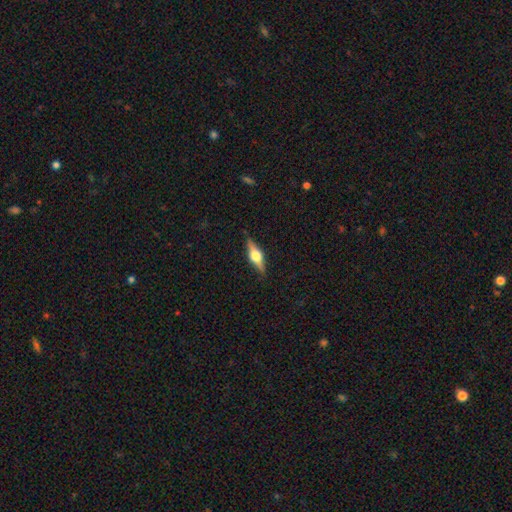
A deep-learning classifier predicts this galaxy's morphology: featured or disk 67%, smooth 27%, star or artifact 6%. Down the decision tree: edge-on disk — yes (96%); edge-on bulge — rounded (94%); merging — none (87%).